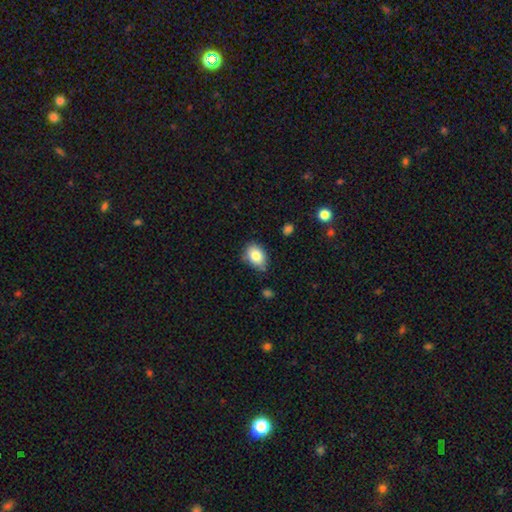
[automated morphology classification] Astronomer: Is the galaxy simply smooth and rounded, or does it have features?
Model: smooth — 83%.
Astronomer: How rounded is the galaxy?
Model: in between — 77%.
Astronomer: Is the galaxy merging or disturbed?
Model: none — 72%.